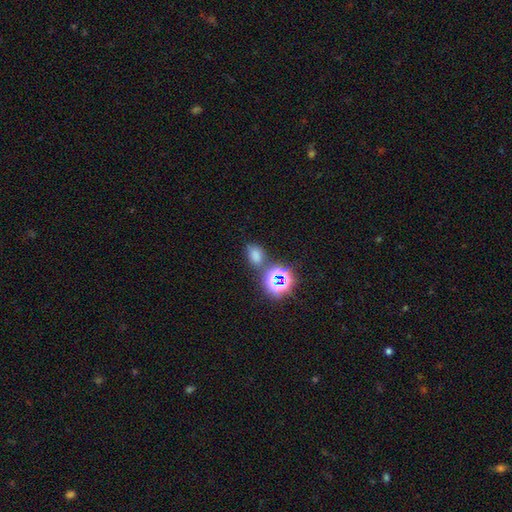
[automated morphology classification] The model was most divided on "smooth or featured": smooth: 63%, star or artifact: 29%, featured or disk: 7%. More confident: how rounded — in between (76%); merging — none (62%).